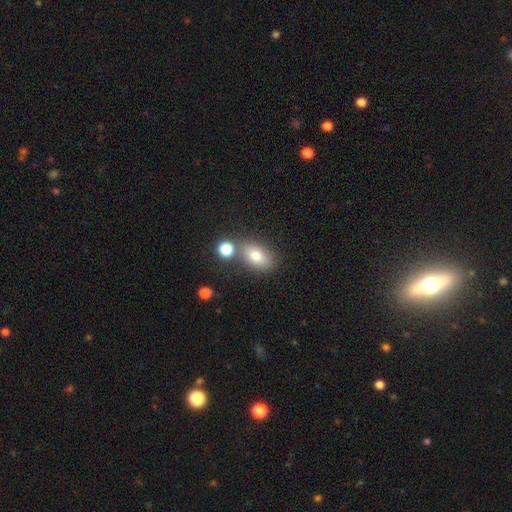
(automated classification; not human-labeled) This appears to be a smooth galaxy with no disk features (77%) that is in between round and cigar-shaped (81%). Merging: none (65%).